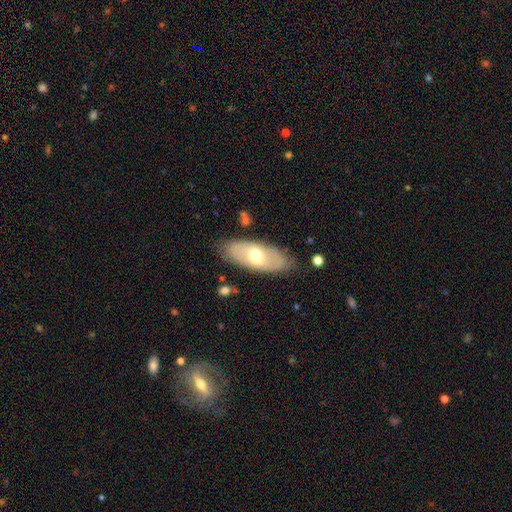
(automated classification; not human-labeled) smooth 51%, featured or disk 44%, star or artifact 6%. Down the decision tree: how rounded — in between (84%); merging — none (81%).